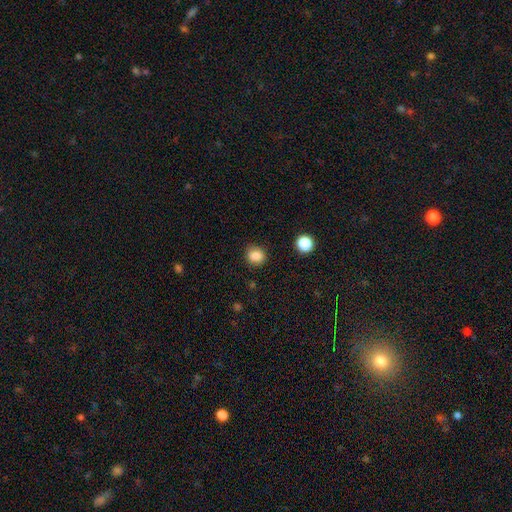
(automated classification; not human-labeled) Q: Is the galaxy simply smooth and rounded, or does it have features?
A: smooth — 86%.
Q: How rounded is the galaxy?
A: round — 75%.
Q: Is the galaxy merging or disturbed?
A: none — 85%.